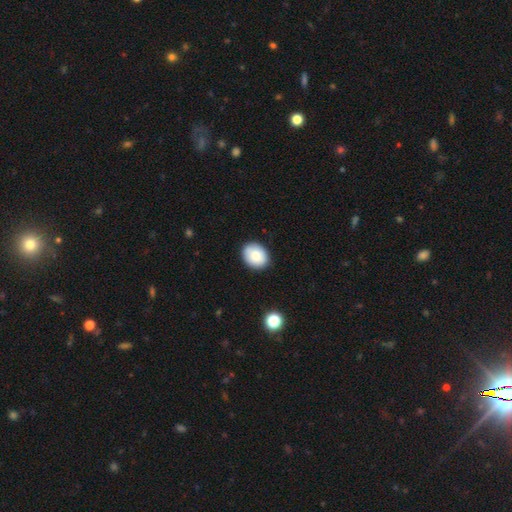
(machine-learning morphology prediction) smooth-or-featured: smooth: 81% | featured or disk: 11% | star or artifact: 8%
  how-rounded: in between: 52% | round: 48% | cigar-shaped: 1%
  merging: none: 88% | minor disturbance: 9% | major disturbance: 2% | merger: 1%